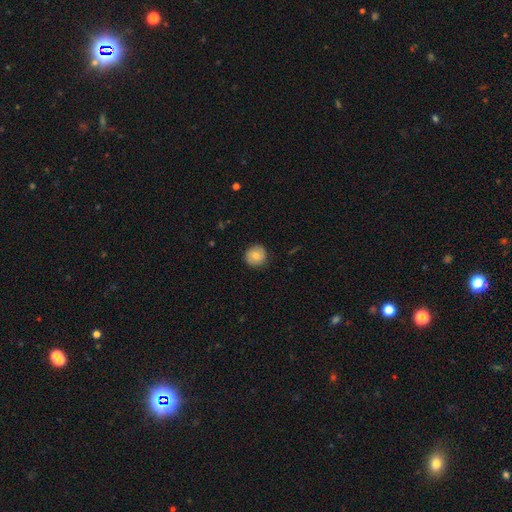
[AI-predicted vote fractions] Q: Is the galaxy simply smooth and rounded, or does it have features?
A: smooth — 72%.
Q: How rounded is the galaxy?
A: round — 92%.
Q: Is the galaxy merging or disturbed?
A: none — 87%.